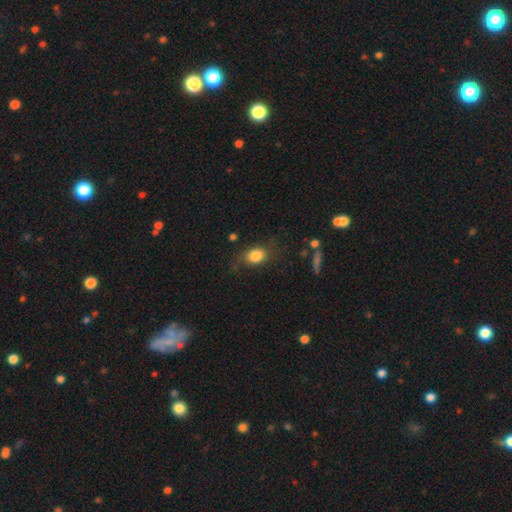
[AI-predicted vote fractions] Smooth or featured?
  - smooth: 82% *
  - featured or disk: 9%
  - star or artifact: 9%
How rounded?
  - in between: 63% *
  - round: 35%
  - cigar-shaped: 2%
Merging?
  - none: 67% *
  - minor disturbance: 21%
  - major disturbance: 10%
  - merger: 2%